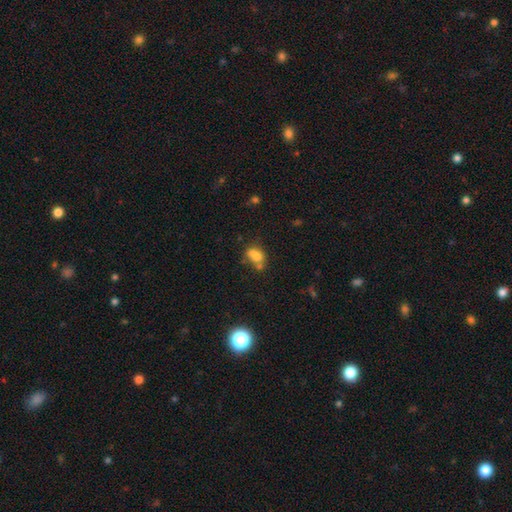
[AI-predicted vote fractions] A smooth galaxy with no disk features (71%) that is in between round and cigar-shaped (69%).

Vote fractions:
- Smooth or featured? smooth: 71% / featured or disk: 16% / star or artifact: 13%
- How rounded? in between: 69% / round: 28% / cigar-shaped: 3%
- Merging? merger: 40% / none: 36% / minor disturbance: 16% / major disturbance: 8%